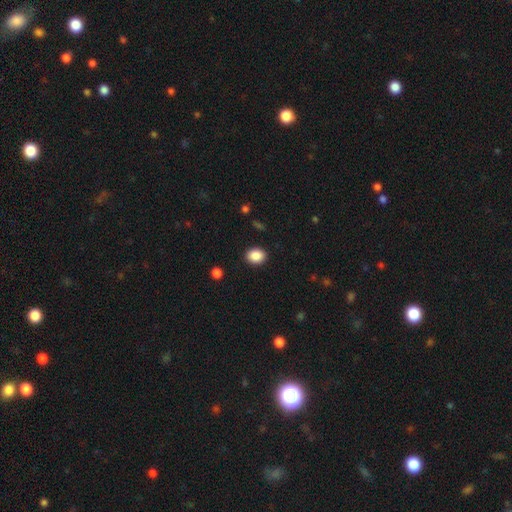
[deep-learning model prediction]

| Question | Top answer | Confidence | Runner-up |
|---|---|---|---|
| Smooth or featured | smooth | 88% | star or artifact (8%) |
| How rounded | in between | 52% | round (47%) |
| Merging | none | 90% | minor disturbance (7%) |